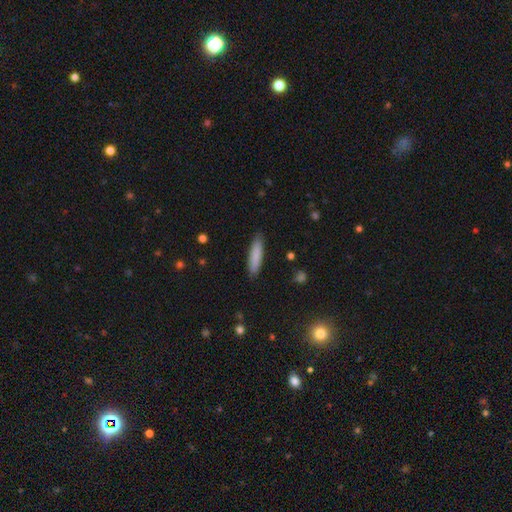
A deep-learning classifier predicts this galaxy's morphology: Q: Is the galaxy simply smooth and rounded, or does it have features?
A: smooth — 85%.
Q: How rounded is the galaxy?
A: cigar-shaped — 78%.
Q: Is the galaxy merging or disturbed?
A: none — 88%.